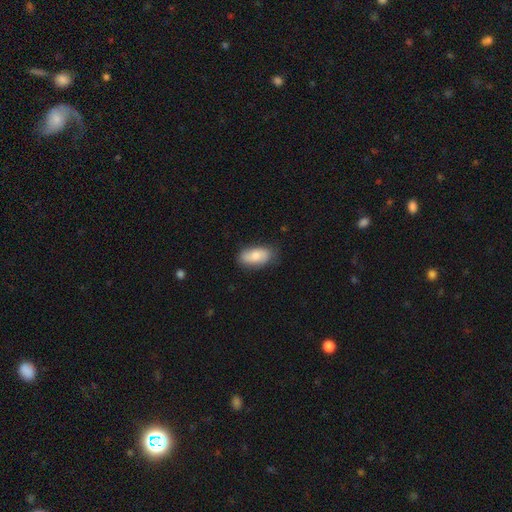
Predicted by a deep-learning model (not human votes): A smooth galaxy with no disk features (75%) that is in between round and cigar-shaped (92%).

Vote fractions:
- Smooth or featured? smooth: 75% / featured or disk: 19% / star or artifact: 6%
- How rounded? in between: 92% / cigar-shaped: 5% / round: 3%
- Merging? none: 76% / minor disturbance: 19% / major disturbance: 4% / merger: 1%